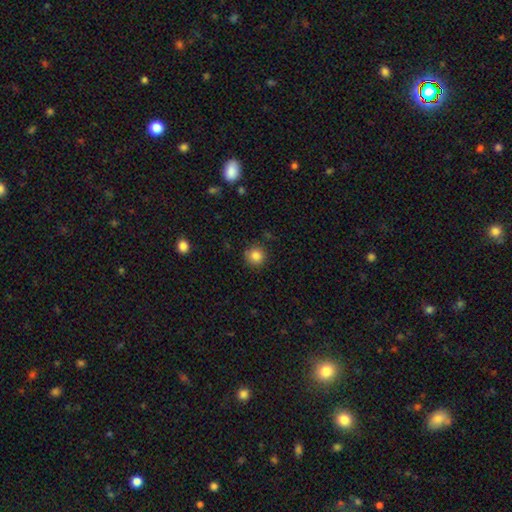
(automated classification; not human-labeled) A smooth galaxy with no disk features (84%) that is round (94%).

Vote fractions:
- Smooth or featured? smooth: 84% / star or artifact: 11% / featured or disk: 5%
- How rounded? round: 94% / in between: 5% / cigar-shaped: 1%
- Merging? none: 88% / minor disturbance: 8% / major disturbance: 2% / merger: 1%